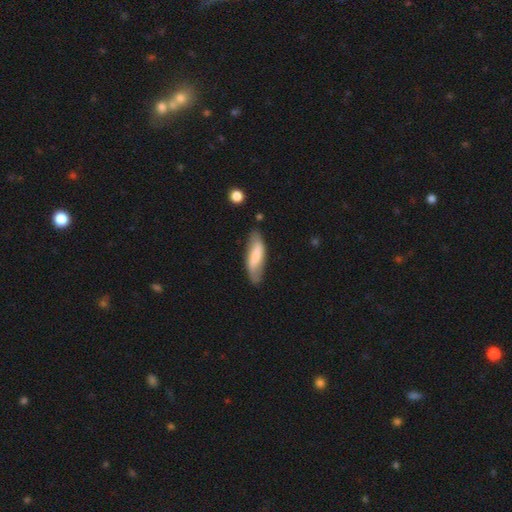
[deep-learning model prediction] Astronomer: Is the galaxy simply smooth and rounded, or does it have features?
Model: smooth — 66%.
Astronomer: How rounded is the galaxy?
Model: cigar-shaped — 53% (runner-up: in between, 45%).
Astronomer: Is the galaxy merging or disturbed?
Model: none — 68%.